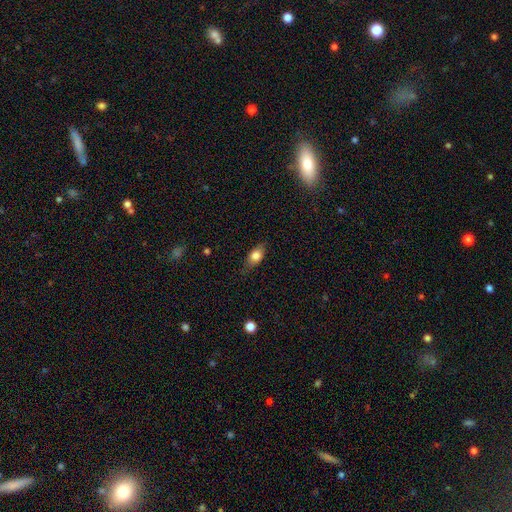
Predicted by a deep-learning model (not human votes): Morphology: type=smooth (76%); roundness=in between (81%); merging=none (75%).